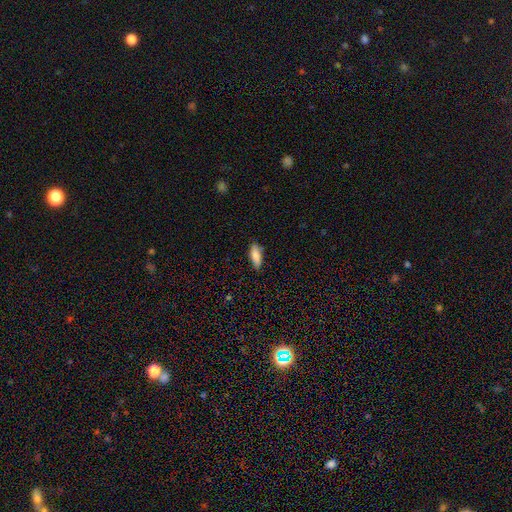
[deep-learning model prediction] Smooth or featured? smooth (85%)
How rounded? in between (65%)
Merging? none (81%)